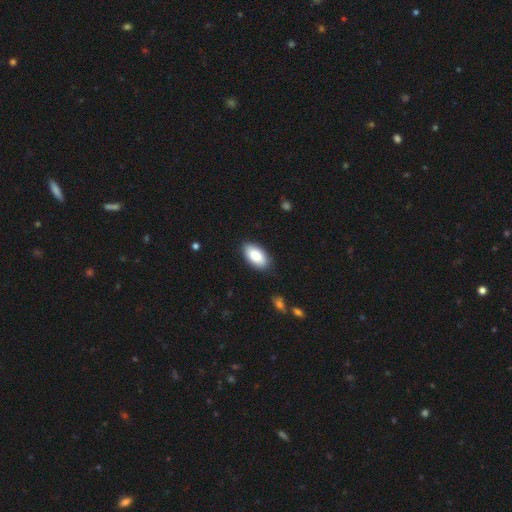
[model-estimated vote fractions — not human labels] Overall: smooth (86%). How rounded: in between (95%). Merging: none (86%).